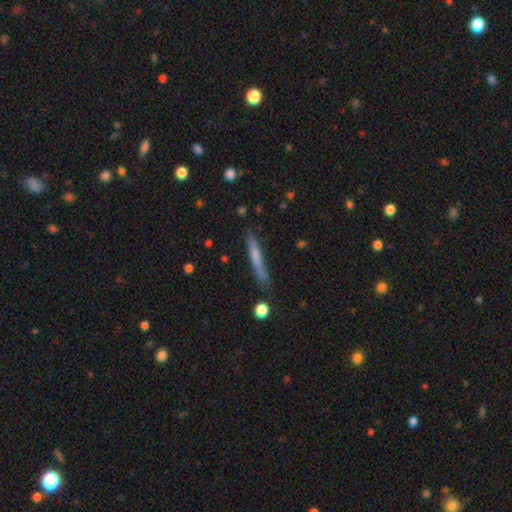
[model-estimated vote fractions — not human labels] Smooth or featured?
  - smooth: 59% *
  - featured or disk: 34%
  - star or artifact: 7%
How rounded?
  - cigar-shaped: 95% *
  - in between: 4%
  - round: 2%
Merging?
  - none: 79% *
  - minor disturbance: 15%
  - major disturbance: 3%
  - merger: 3%